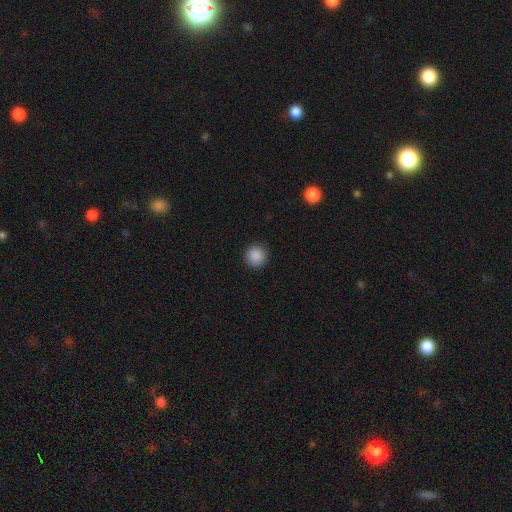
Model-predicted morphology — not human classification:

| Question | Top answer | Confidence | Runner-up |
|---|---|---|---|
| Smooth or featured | smooth | 89% | star or artifact (9%) |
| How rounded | round | 95% | in between (4%) |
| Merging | none | 92% | minor disturbance (5%) |